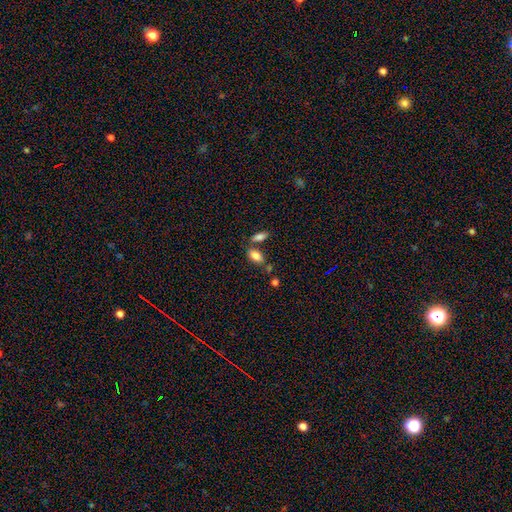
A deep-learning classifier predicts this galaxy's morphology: This is clearly a smooth galaxy (84%). How rounded: clearly in between (90%). Merging: possibly none (60%).